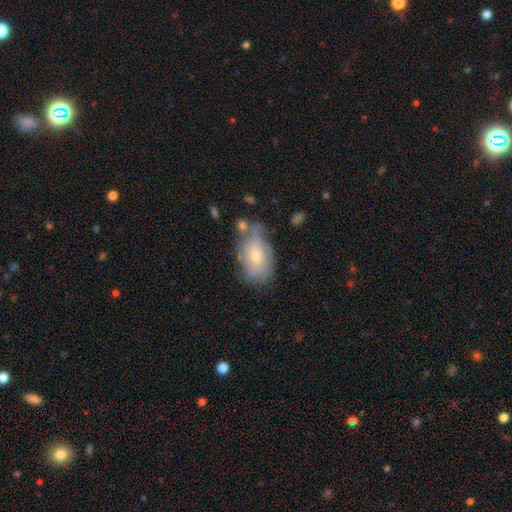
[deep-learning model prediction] A smooth galaxy with no disk features (50%).

Vote fractions:
- Smooth or featured? smooth: 50% / featured or disk: 43% / star or artifact: 7%
- Merging? none: 50% / minor disturbance: 29% / major disturbance: 12% / merger: 9%